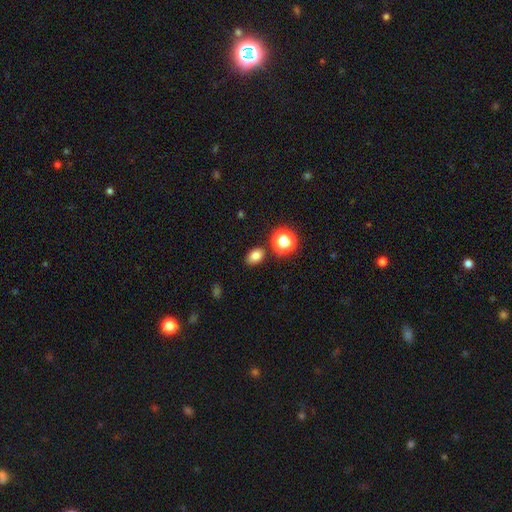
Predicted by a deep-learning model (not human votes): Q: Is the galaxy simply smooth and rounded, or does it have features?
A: smooth — 78%.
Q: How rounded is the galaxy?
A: in between — 72%.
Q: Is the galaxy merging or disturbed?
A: none — 81%.